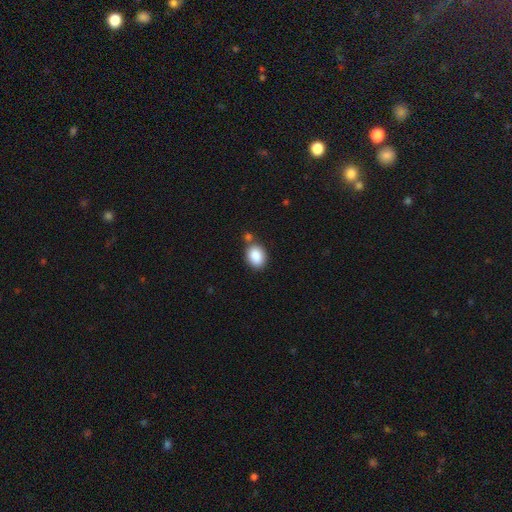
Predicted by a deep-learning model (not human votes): smooth 87%, star or artifact 8%, featured or disk 5%. Down the decision tree: how rounded — in between (68%); merging — none (67%).